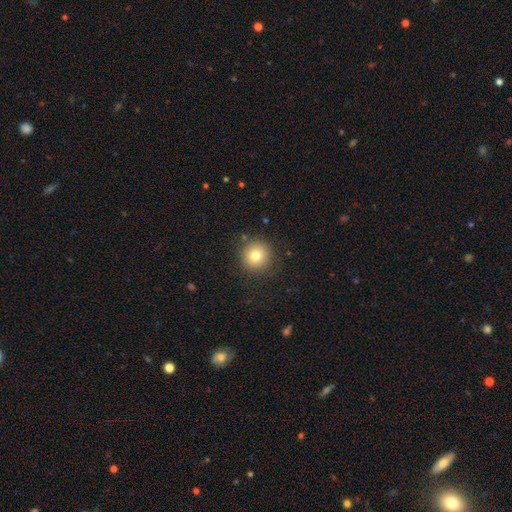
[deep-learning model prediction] smooth-or-featured: smooth: 78% | star or artifact: 12% | featured or disk: 10%
  how-rounded: round: 95% | in between: 4% | cigar-shaped: 1%
  merging: none: 88% | minor disturbance: 8% | major disturbance: 3% | merger: 2%